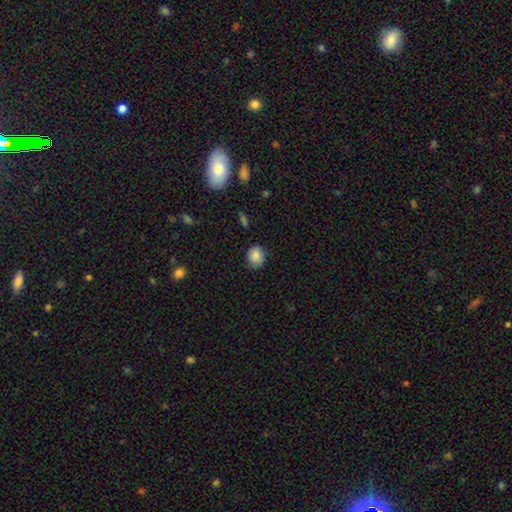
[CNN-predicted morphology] A smooth galaxy with no disk features (86%) that is round (59%). Merging: none (79%).